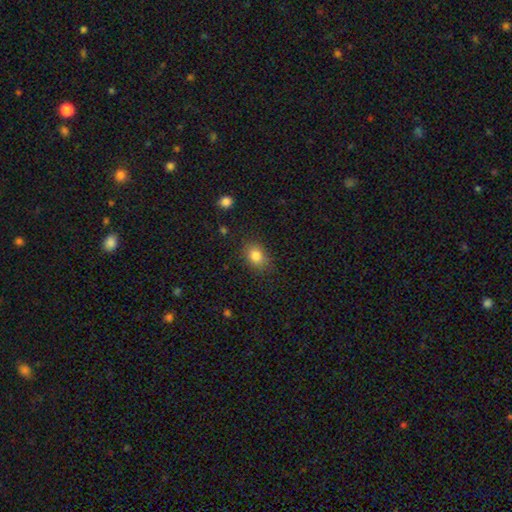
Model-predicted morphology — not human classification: smooth-or-featured: smooth: 83% | star or artifact: 10% | featured or disk: 7%
  how-rounded: in between: 62% | round: 36% | cigar-shaped: 1%
  merging: none: 82% | minor disturbance: 13% | major disturbance: 3% | merger: 1%